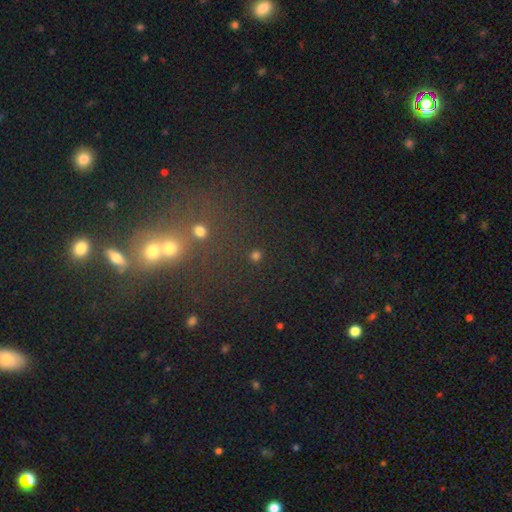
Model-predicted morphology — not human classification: A smooth galaxy with no disk features (62%) that is round (88%). Merging: none (81%).